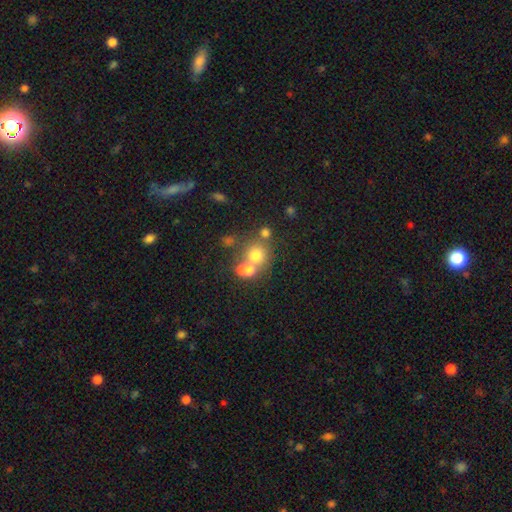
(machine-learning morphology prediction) Smooth or featured? Predicted: smooth (p=0.67). How rounded? Predicted: round (p=0.82). Merging? Predicted: none (p=0.45).